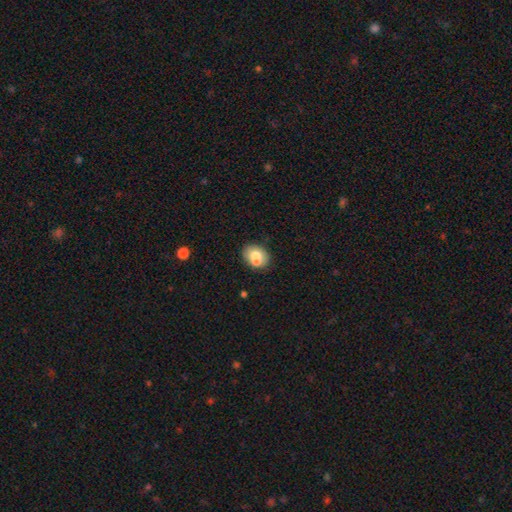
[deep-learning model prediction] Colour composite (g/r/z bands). It shows a smooth galaxy with no disk features (71%) that is in between round and cigar-shaped (61%). Merging: none (54%).